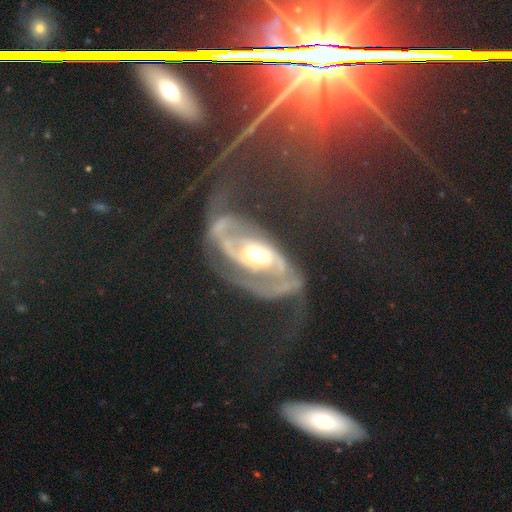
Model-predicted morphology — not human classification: The model was most divided on "bar": no: 42%, weak: 34%, strong: 23%. Remaining: edge-on disk — no (95%); spiral arms — yes (88%); smooth or featured — featured or disk (86%); spiral arm count — 2 (73%); bulge size — moderate (71%); spiral winding — medium (44%); merging — major disturbance (44%).